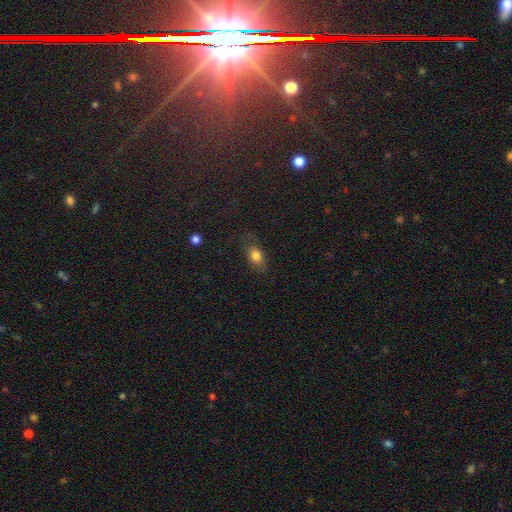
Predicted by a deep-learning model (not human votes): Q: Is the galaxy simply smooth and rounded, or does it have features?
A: smooth — 78%.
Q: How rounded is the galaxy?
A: in between — 79%.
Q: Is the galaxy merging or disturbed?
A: none — 71%.